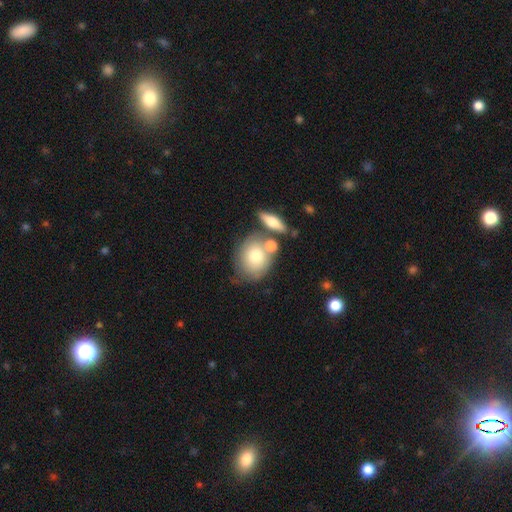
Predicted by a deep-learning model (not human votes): Smooth or featured? smooth (69%)
How rounded? round (65%)
Merging? none (53%)